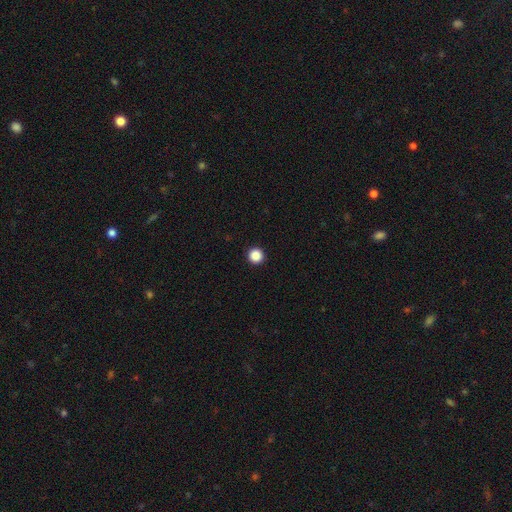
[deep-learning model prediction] Smooth or featured? smooth (88%)
How rounded? round (96%)
Merging? none (94%)